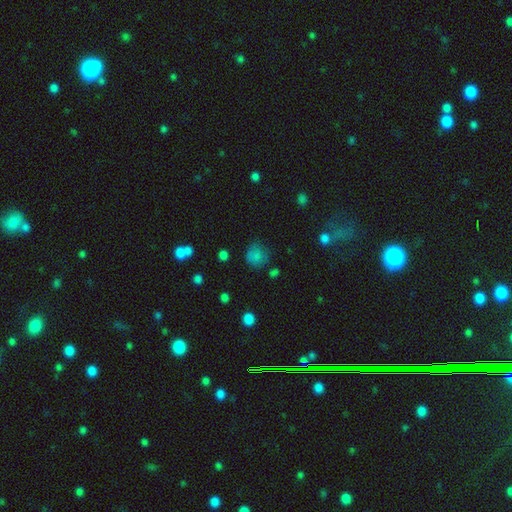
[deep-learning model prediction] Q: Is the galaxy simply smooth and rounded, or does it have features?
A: smooth — 77%.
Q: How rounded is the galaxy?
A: round — 80%.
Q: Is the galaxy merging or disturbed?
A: none — 64%.